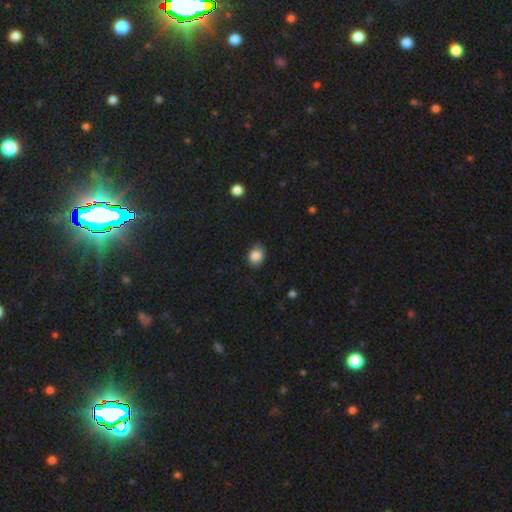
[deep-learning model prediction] A smooth galaxy with no disk features (84%) that is in between round and cigar-shaped (57%). Merging: none (79%).